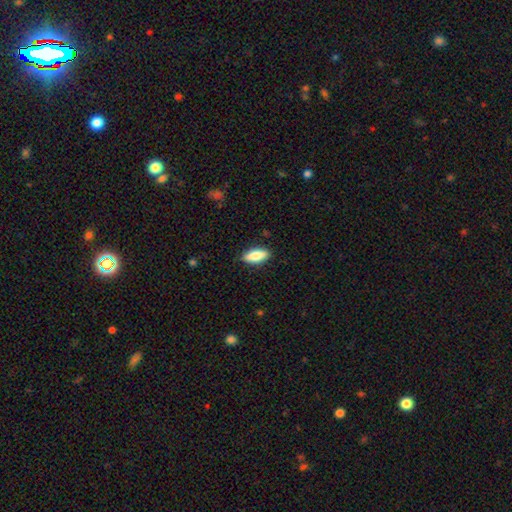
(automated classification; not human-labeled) smooth 80%, featured or disk 14%, star or artifact 6%. Down the decision tree: how rounded — in between (76%); merging — none (86%).